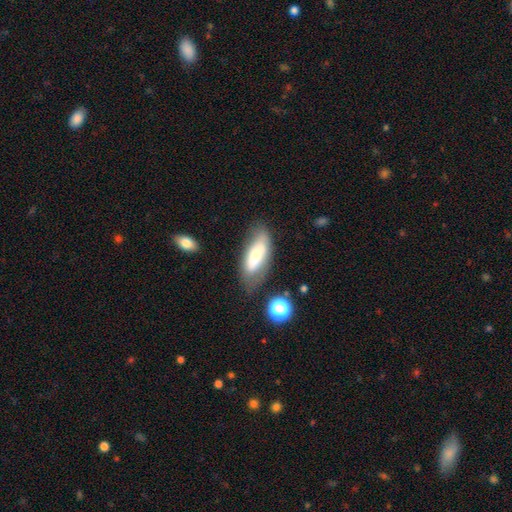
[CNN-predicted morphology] Smooth or featured: smooth — 58% (featured or disk — 33%)
How rounded: in between — 77% (cigar-shaped — 21%)
Merging: none — 67% (minor disturbance — 21%)